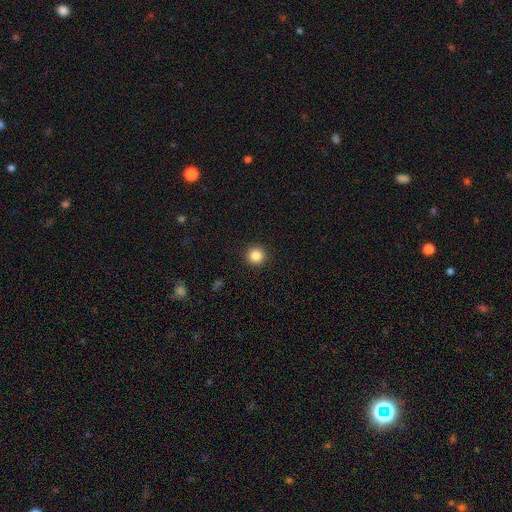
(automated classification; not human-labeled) A smooth galaxy with no disk features (85%) that is round (95%).

Vote fractions:
- Smooth or featured? smooth: 85% / star or artifact: 11% / featured or disk: 4%
- How rounded? round: 95% / in between: 4% / cigar-shaped: 1%
- Merging? none: 93% / minor disturbance: 4% / major disturbance: 2% / merger: 1%